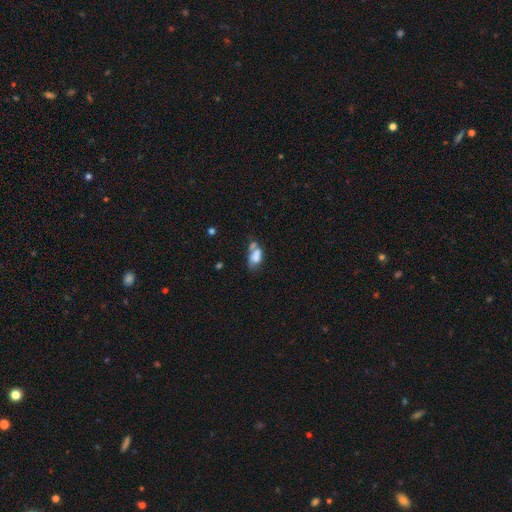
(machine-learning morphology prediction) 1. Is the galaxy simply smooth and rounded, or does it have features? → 66% smooth, 23% featured or disk, 11% star or artifact.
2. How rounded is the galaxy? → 86% in between, 8% round, 6% cigar-shaped.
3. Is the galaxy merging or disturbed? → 40% merger, 27% none, 19% minor disturbance, 14% major disturbance.